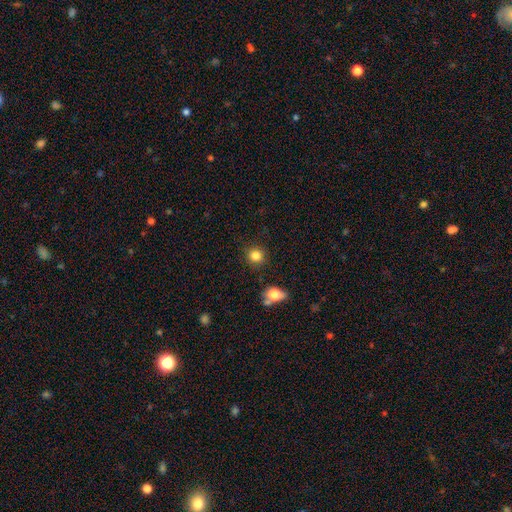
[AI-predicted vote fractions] smooth 83%, star or artifact 11%, featured or disk 5%. Down the decision tree: how rounded — round (88%); merging — none (86%).